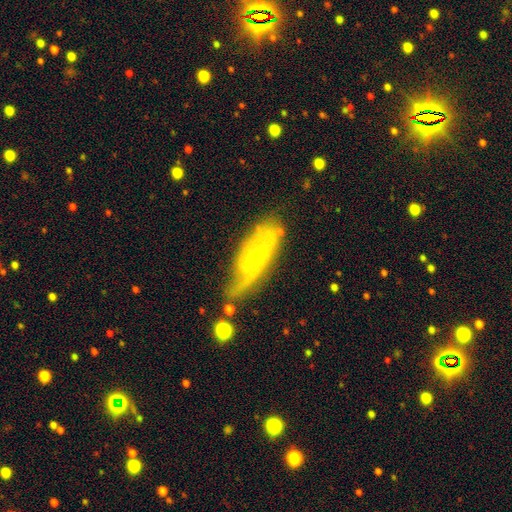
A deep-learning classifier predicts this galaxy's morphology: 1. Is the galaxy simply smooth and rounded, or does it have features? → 64% featured or disk, 29% smooth, 7% star or artifact.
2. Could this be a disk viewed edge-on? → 82% no, 18% yes.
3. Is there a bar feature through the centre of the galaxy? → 48% no, 41% weak, 11% strong.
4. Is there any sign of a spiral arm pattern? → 75% yes, 25% no.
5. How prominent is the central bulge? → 78% small, 14% moderate, 6% none, 1% large, 1% dominant.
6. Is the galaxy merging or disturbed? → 48% none, 32% minor disturbance, 16% major disturbance, 5% merger.